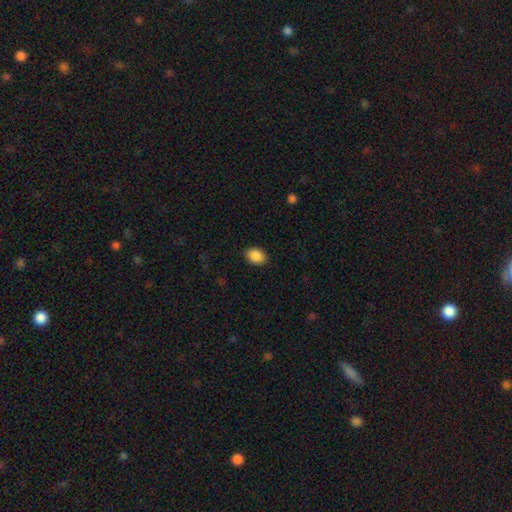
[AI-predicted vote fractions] A smooth galaxy with no disk features (89%) that is in between round and cigar-shaped (73%).

Vote fractions:
- Smooth or featured? smooth: 89% / star or artifact: 8% / featured or disk: 3%
- How rounded? in between: 73% / round: 26% / cigar-shaped: 1%
- Merging? none: 89% / minor disturbance: 8% / major disturbance: 2% / merger: 1%